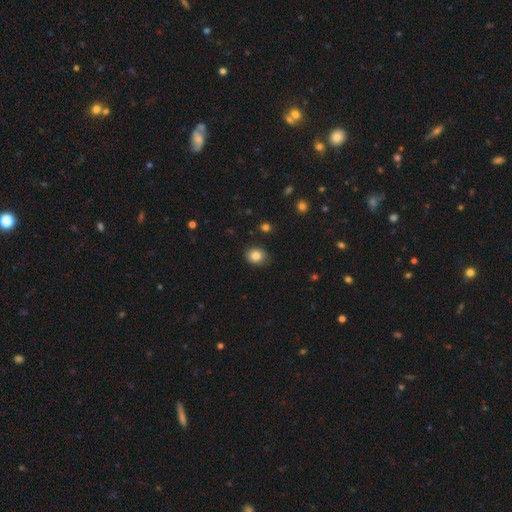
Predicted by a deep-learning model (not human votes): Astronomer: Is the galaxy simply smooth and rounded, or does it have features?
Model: smooth — 84%.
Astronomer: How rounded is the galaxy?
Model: round — 66%.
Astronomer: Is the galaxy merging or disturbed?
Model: none — 86%.